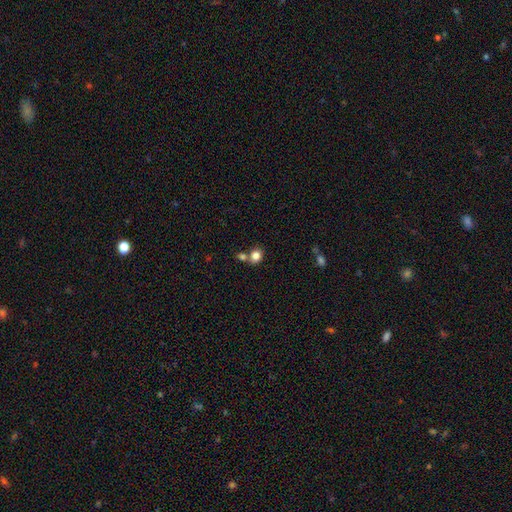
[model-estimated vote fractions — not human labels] Smooth or featured: smooth — 81% (star or artifact — 11%)
How rounded: round — 60% (in between — 39%)
Merging: none — 56% (merger — 29%)